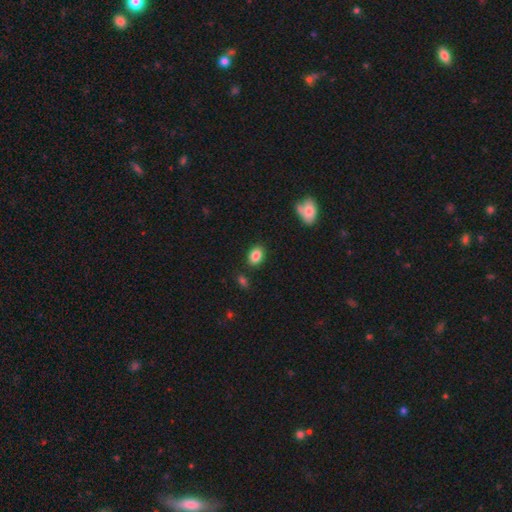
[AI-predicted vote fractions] The model was most divided on "how rounded": in between: 77%, round: 22%, cigar-shaped: 1%. More confident: smooth or featured — smooth (86%); merging — none (85%).